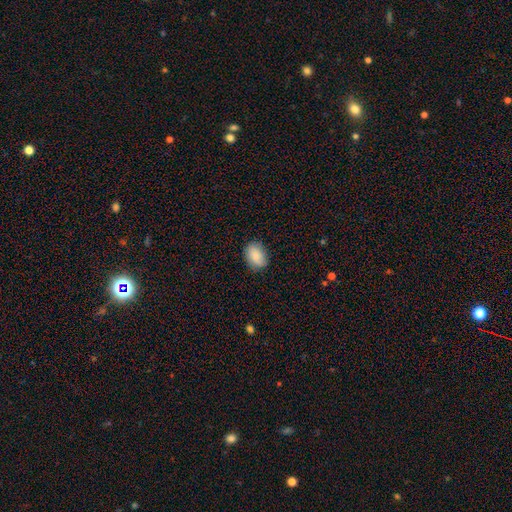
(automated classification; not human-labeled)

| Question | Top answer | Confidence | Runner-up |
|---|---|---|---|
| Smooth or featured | smooth | 88% | star or artifact (7%) |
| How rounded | in between | 81% | round (18%) |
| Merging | none | 83% | minor disturbance (13%) |